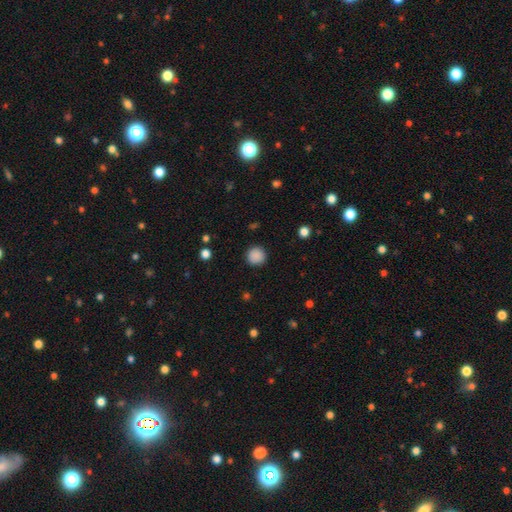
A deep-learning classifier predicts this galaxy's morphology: This is clearly a smooth galaxy (88%). How rounded: clearly round (94%). Merging: clearly none (90%).